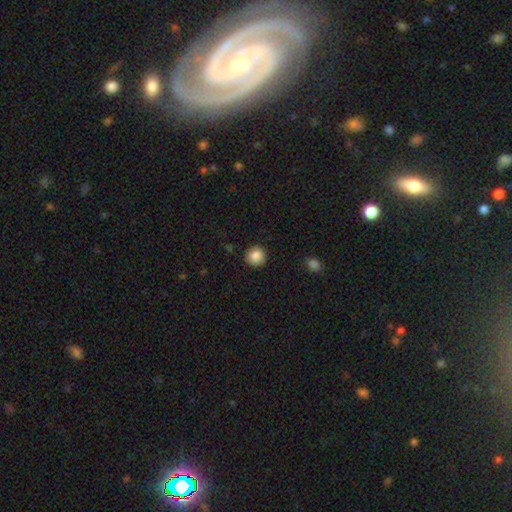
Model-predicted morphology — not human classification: This is clearly a smooth galaxy (86%). How rounded: clearly round (92%). Merging: clearly none (90%).